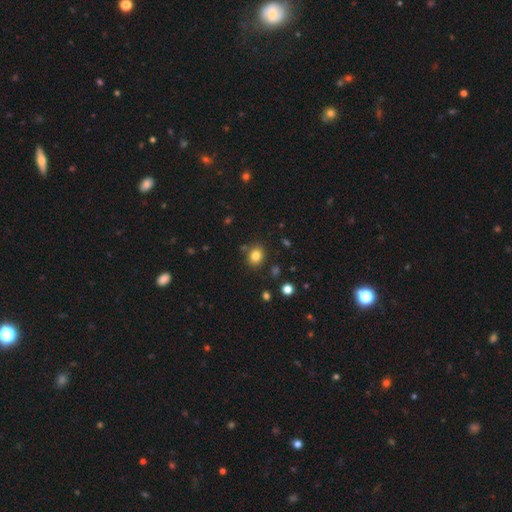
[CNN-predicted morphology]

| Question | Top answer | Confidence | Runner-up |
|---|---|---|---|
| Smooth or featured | smooth | 82% | star or artifact (12%) |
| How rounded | round | 58% | in between (41%) |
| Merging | none | 82% | minor disturbance (10%) |